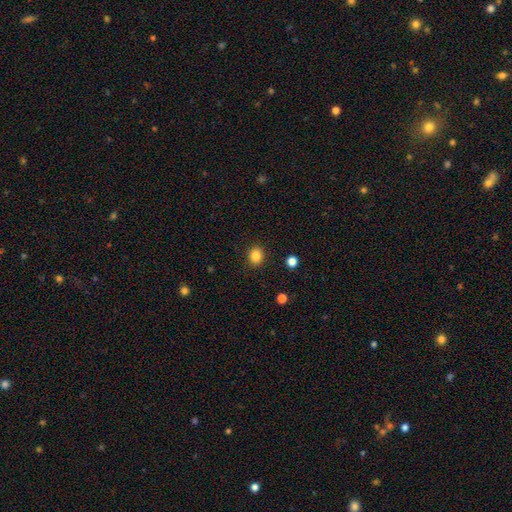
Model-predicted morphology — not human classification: The model was most divided on "how rounded": round: 68%, in between: 31%, cigar-shaped: 1%. More confident: merging — none (90%); smooth or featured — smooth (85%).